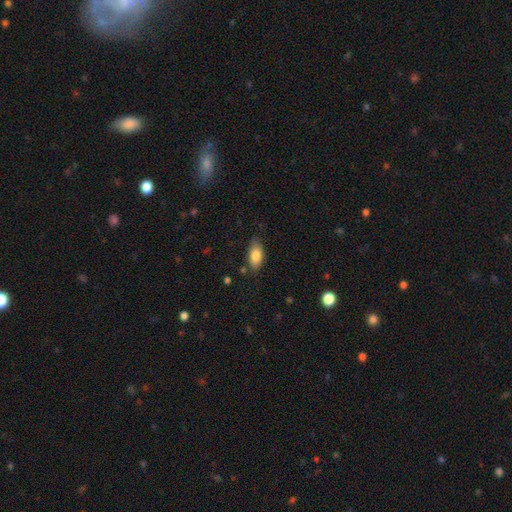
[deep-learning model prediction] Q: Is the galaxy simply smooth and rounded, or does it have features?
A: smooth — 81%.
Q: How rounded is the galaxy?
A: in between — 90%.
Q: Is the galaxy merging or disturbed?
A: none — 78%.